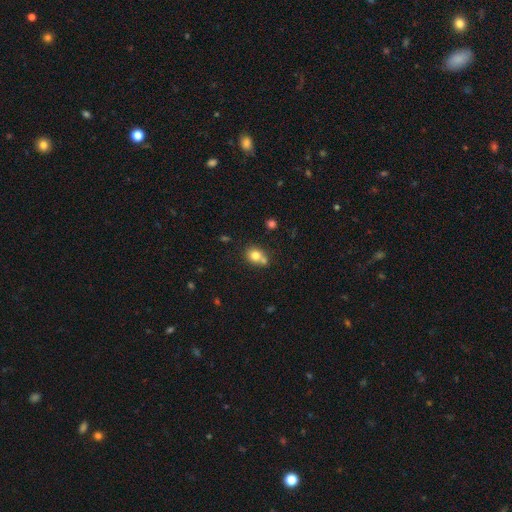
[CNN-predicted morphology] Overall: smooth (77%). How rounded: round (69%; in between 30%). Merging: none (47%; merger 36%).